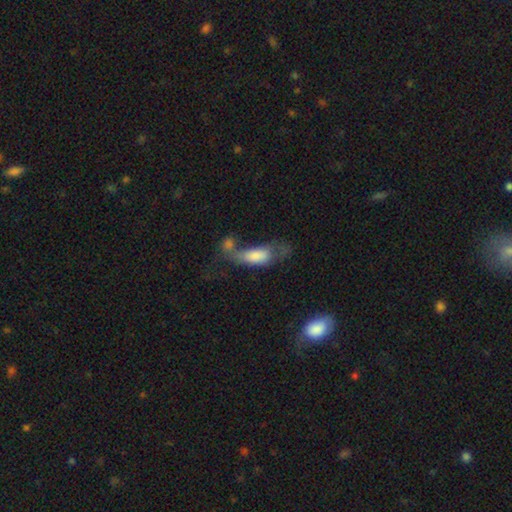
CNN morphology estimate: smooth-or-featured: smooth: 64% | featured or disk: 27% | star or artifact: 10%
  how-rounded: in between: 74% | cigar-shaped: 22% | round: 4%
  merging: merger: 35% | major disturbance: 26% | none: 22% | minor disturbance: 17%